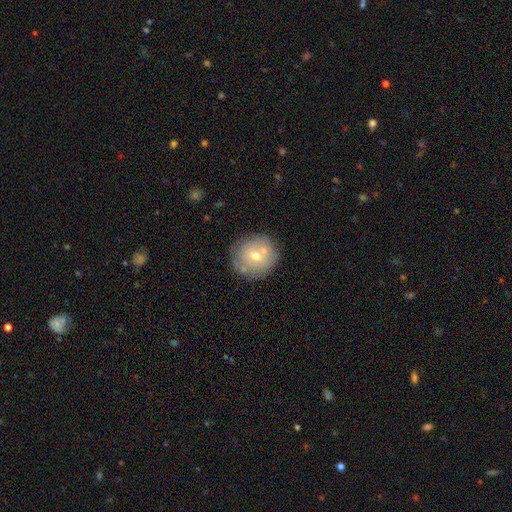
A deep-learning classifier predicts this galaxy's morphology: Smooth or featured: smooth — 52% (featured or disk — 39%)
How rounded: round — 93% (in between — 6%)
Merging: none — 71% (minor disturbance — 15%)